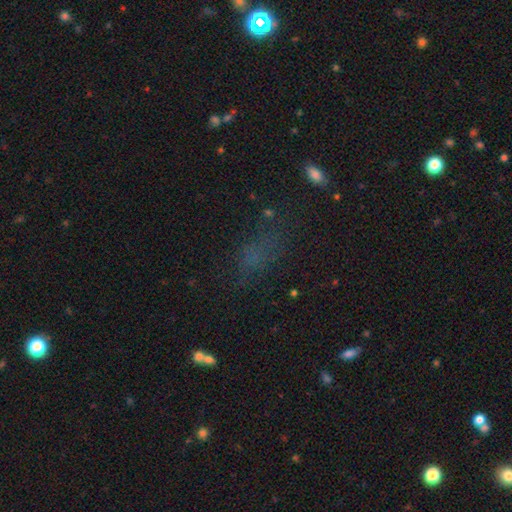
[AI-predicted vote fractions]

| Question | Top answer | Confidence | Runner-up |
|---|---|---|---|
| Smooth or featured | smooth | 53% | star or artifact (34%) |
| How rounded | in between | 72% | round (14%) |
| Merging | none | 62% | minor disturbance (19%) |